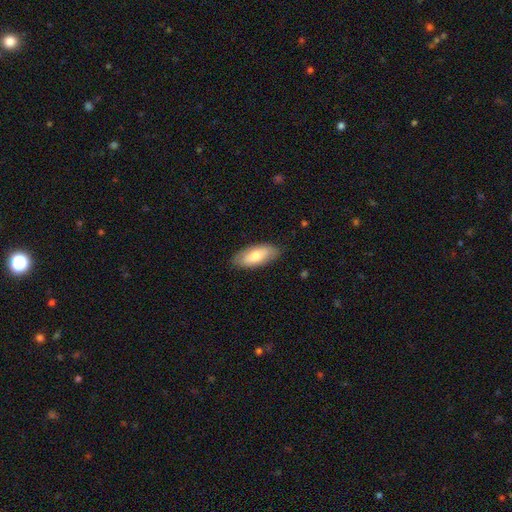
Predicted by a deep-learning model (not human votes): This is likely a smooth galaxy (72%). How rounded: clearly in between (84%). Merging: clearly none (83%).